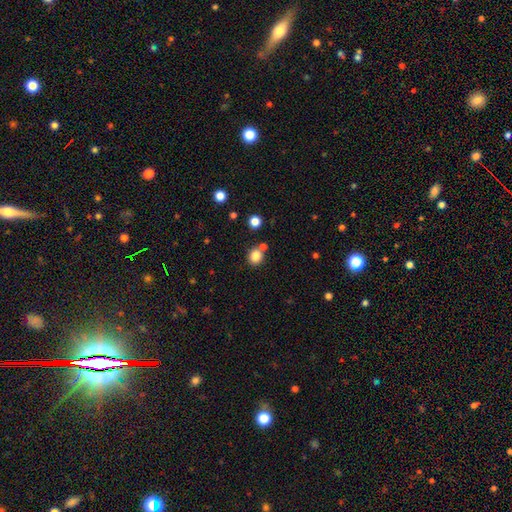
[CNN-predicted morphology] smooth-or-featured: smooth: 83% | star or artifact: 12% | featured or disk: 5%
  how-rounded: round: 82% | in between: 17% | cigar-shaped: 1%
  merging: none: 72% | merger: 16% | minor disturbance: 9% | major disturbance: 3%